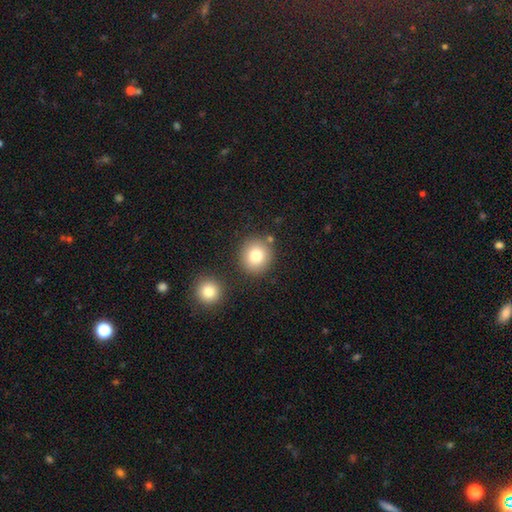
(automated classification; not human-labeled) Smooth or featured? Predicted: smooth (p=0.80). How rounded? Predicted: round (p=0.89). Merging? Predicted: none (p=0.81).